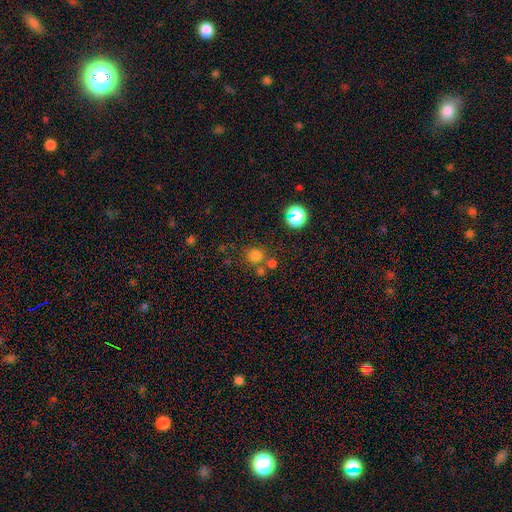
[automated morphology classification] smooth_or_featured: smooth (p=0.73) [alt: star or artifact p=0.20]
how_rounded: round (p=0.87) [alt: in between p=0.12]
merging: none (p=0.67) [alt: merger p=0.20]